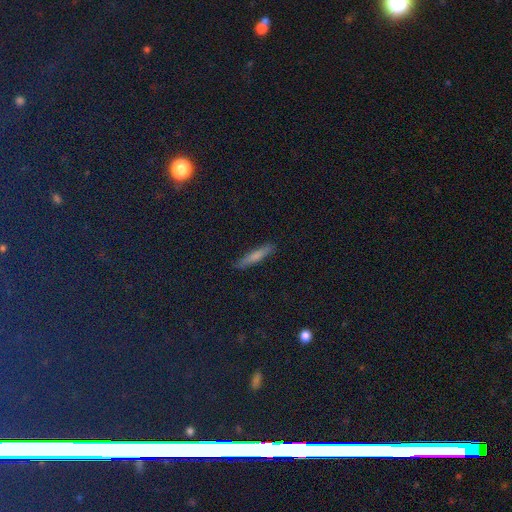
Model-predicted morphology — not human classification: Smooth or featured? smooth (68%)
How rounded? cigar-shaped (88%)
Merging? none (89%)